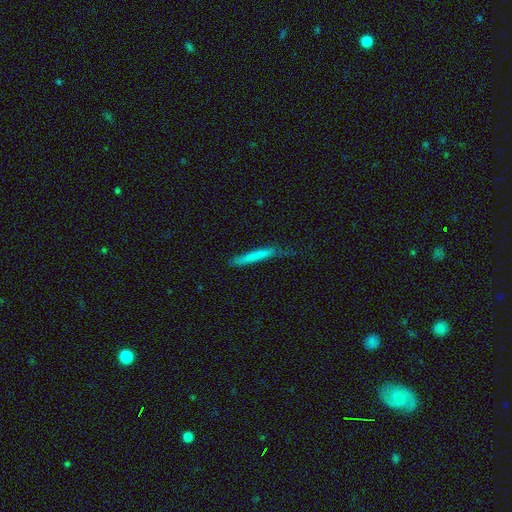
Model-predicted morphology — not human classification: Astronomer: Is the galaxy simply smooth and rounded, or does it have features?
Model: smooth — 70%.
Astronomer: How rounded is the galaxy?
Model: cigar-shaped — 95%.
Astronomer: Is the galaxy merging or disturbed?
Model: none — 64%.